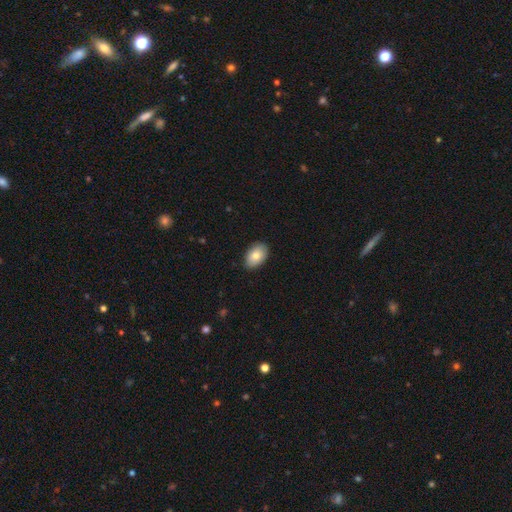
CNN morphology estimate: A smooth galaxy with no disk features (82%) that is in between round and cigar-shaped (91%). Merging: none (86%).